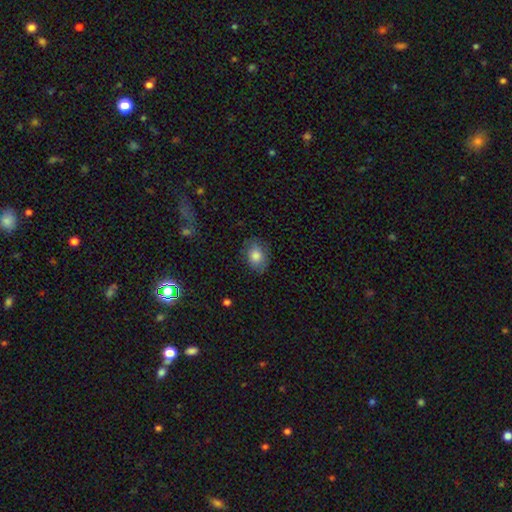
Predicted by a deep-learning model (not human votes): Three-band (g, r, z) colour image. It shows a smooth galaxy with no disk features (81%) that is in between round and cigar-shaped (70%). Merging: none (78%).